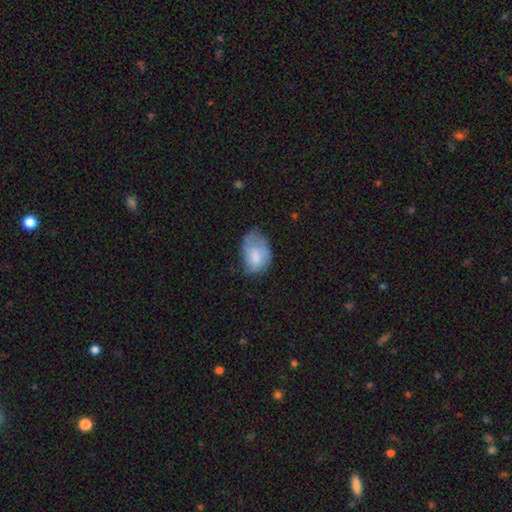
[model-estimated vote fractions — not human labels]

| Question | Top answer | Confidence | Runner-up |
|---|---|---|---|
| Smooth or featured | smooth | 67% | featured or disk (25%) |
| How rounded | in between | 85% | round (14%) |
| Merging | minor disturbance | 39% | none (36%) |